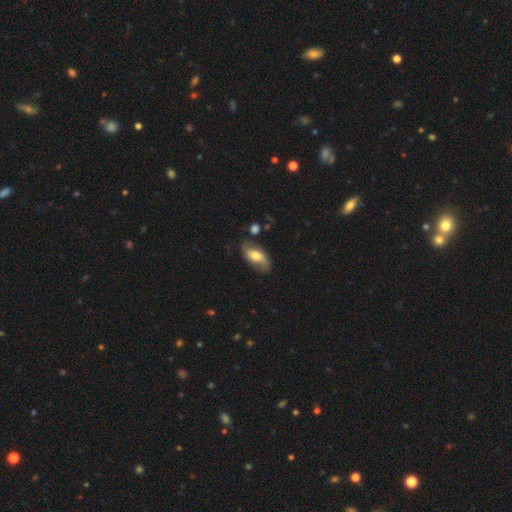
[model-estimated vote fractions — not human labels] Smooth or featured?
  - featured or disk: 48% *
  - smooth: 45%
  - star or artifact: 7%
Merging?
  - none: 71% *
  - minor disturbance: 19%
  - major disturbance: 6%
  - merger: 4%